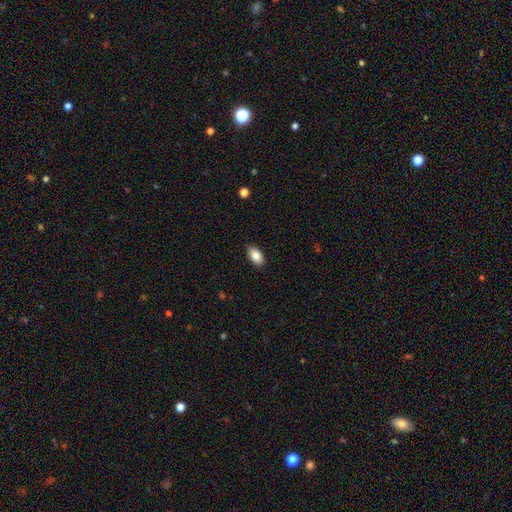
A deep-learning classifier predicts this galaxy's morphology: Smooth or featured? smooth (86%)
How rounded? in between (93%)
Merging? none (89%)